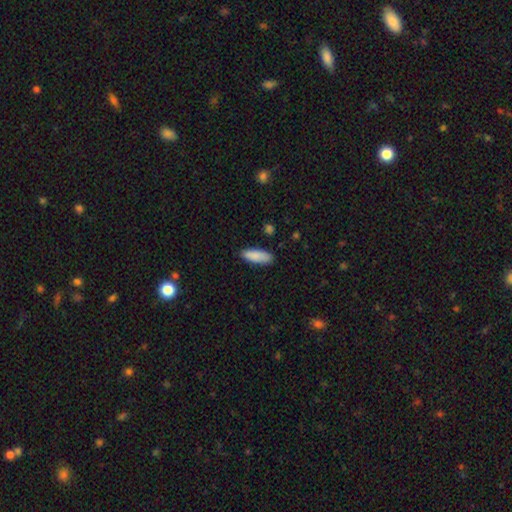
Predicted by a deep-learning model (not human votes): The model was most divided on "how rounded": in between: 62%, cigar-shaped: 36%, round: 2%. More confident: smooth or featured — smooth (88%); merging — none (86%).